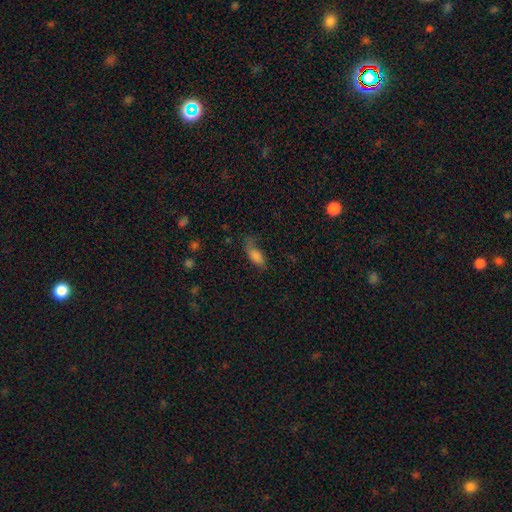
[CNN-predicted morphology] Overall: smooth (77%). How rounded: in between (79%). Merging: none (51%; minor disturbance 30%).